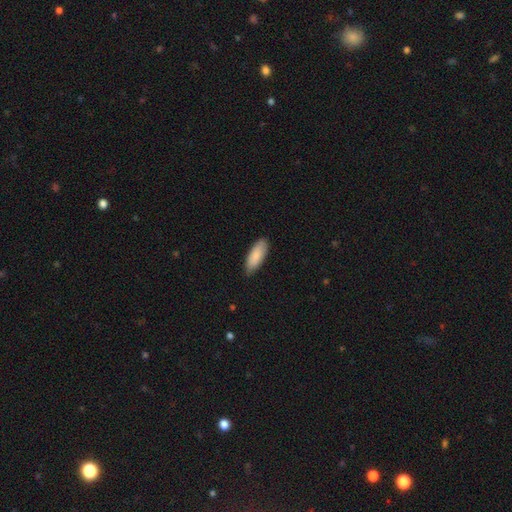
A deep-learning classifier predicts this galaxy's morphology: Q: Smooth or featured?
A: smooth (88%); runner-up: featured or disk (7%)
Q: How rounded?
A: in between (75%); runner-up: cigar-shaped (23%)
Q: Merging?
A: none (82%); runner-up: minor disturbance (15%)